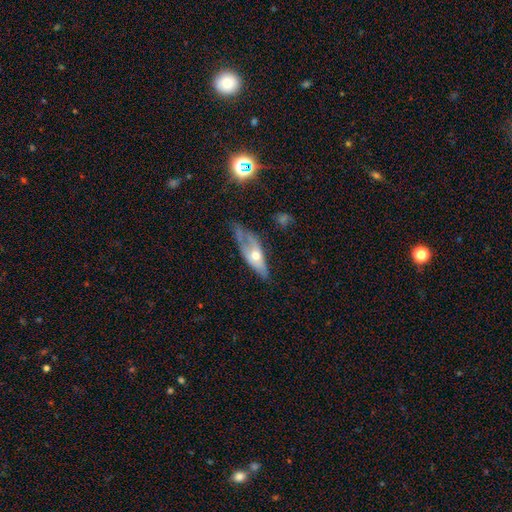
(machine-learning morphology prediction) This is possibly a featured or disk galaxy (54%). It is likely not viewed edge-on (63%). Merging: marginally minor disturbance (36%, tied with none).